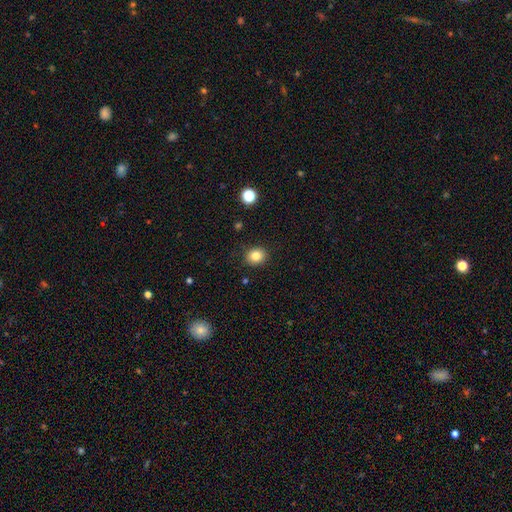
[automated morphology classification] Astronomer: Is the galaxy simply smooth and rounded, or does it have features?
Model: smooth — 83%.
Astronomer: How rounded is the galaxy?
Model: round — 70%.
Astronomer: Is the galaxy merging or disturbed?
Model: none — 89%.